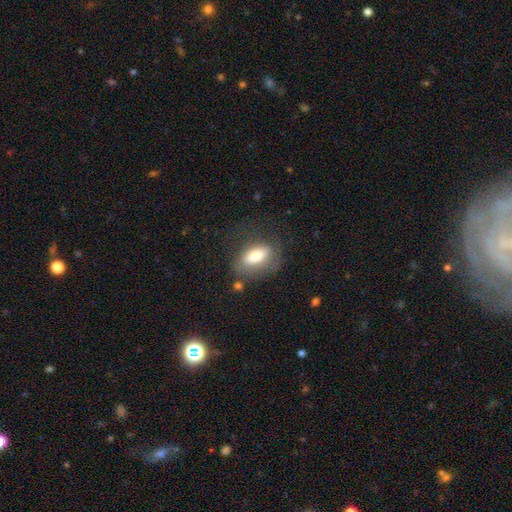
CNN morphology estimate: Smooth or featured: smooth — 70% (featured or disk — 22%)
How rounded: in between — 85% (cigar-shaped — 8%)
Merging: none — 62% (minor disturbance — 21%)